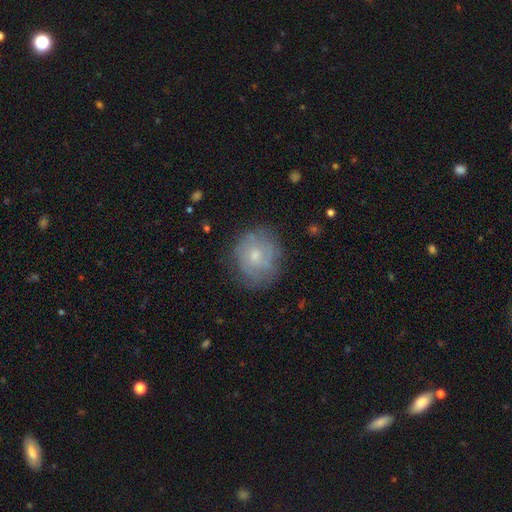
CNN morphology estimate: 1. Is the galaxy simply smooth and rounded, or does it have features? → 49% smooth, 42% featured or disk, 8% star or artifact.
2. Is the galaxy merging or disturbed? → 69% none, 21% minor disturbance, 8% major disturbance, 2% merger.